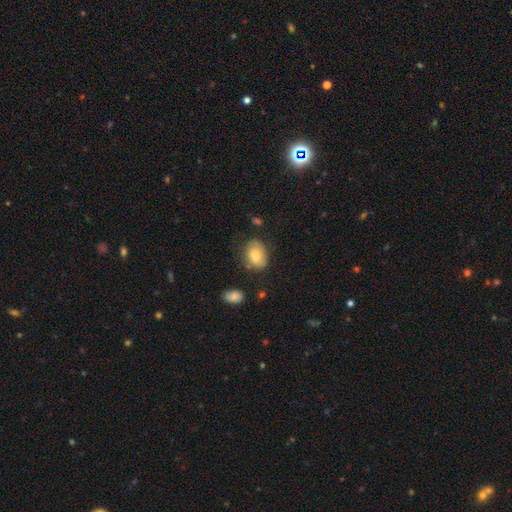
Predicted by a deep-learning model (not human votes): smooth-or-featured: smooth: 80% | featured or disk: 13% | star or artifact: 7%
  how-rounded: in between: 79% | round: 20% | cigar-shaped: 1%
  merging: none: 64% | minor disturbance: 24% | major disturbance: 8% | merger: 4%